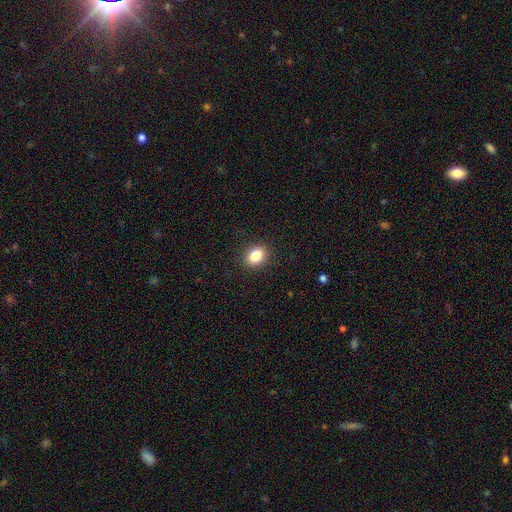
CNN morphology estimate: Smooth or featured: smooth — 84% (star or artifact — 10%)
How rounded: in between — 62% (round — 37%)
Merging: none — 90% (minor disturbance — 7%)